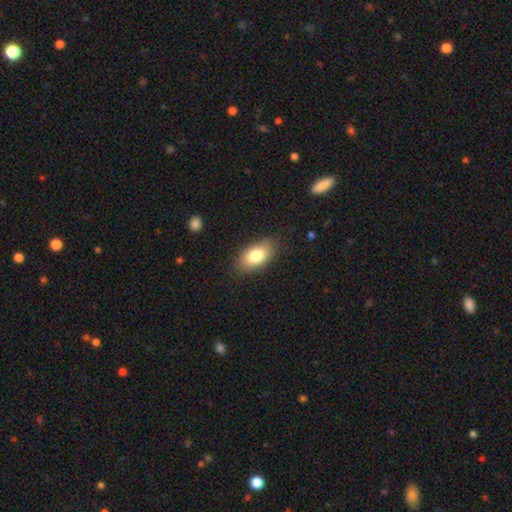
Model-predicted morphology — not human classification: type=smooth (79%); roundness=in between (91%); merging=none (84%).